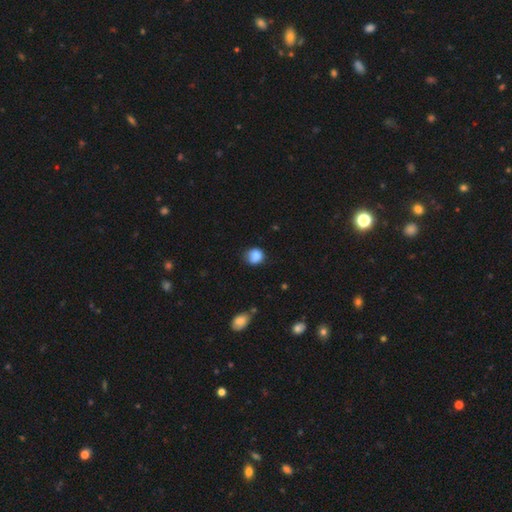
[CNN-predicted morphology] A smooth galaxy with no disk features (86%) that is round (80%).

Vote fractions:
- Smooth or featured? smooth: 86% / star or artifact: 9% / featured or disk: 5%
- How rounded? round: 80% / in between: 19% / cigar-shaped: 1%
- Merging? none: 66% / minor disturbance: 26% / major disturbance: 5% / merger: 2%